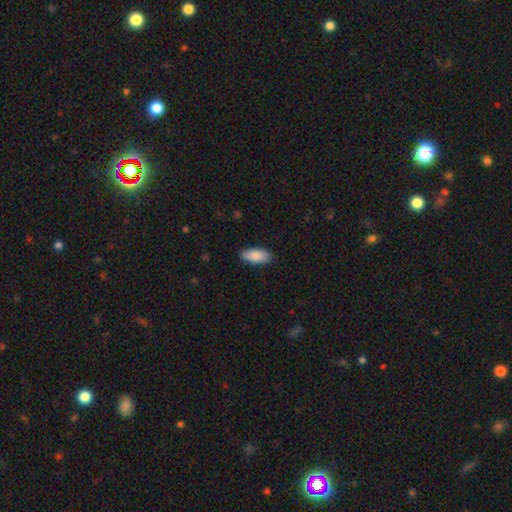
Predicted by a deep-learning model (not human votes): Smooth or featured: smooth — 89% (star or artifact — 6%)
How rounded: in between — 86% (cigar-shaped — 13%)
Merging: none — 88% (minor disturbance — 9%)